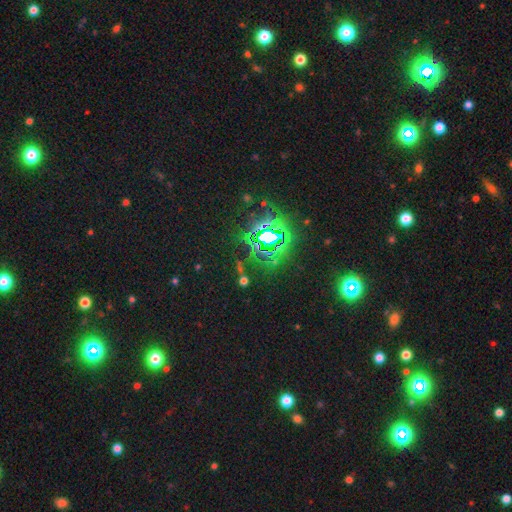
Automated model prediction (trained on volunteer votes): smooth-or-featured: star or artifact: 81% | smooth: 13% | featured or disk: 6%